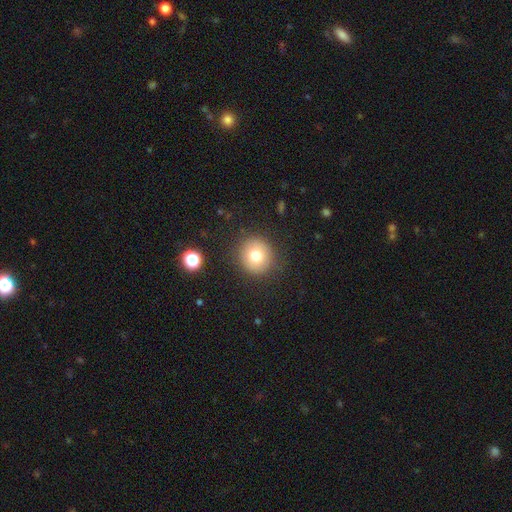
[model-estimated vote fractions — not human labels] Smooth or featured? smooth (75%)
How rounded? round (91%)
Merging? none (88%)